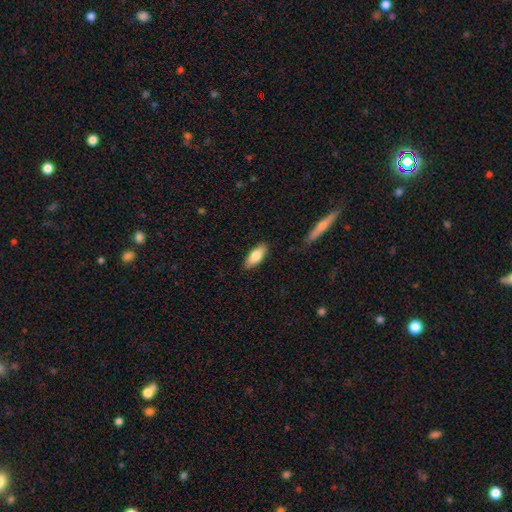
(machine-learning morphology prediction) This is likely a smooth galaxy (79%). How rounded: clearly in between (81%). Merging: clearly none (85%).